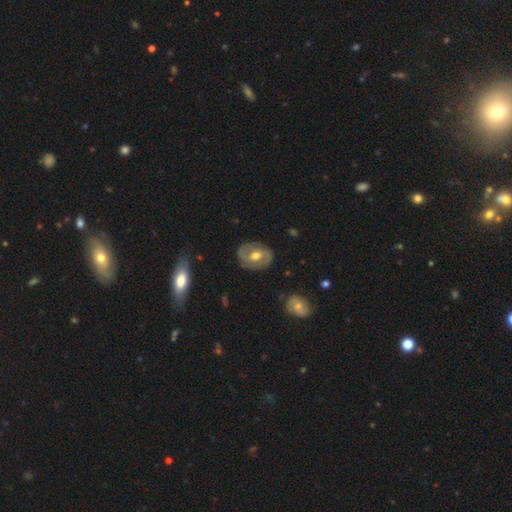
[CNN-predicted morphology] type=featured or disk (69%); edge-on=no (95%); bar=weak (45%); spiral arms=yes (78%); winding=medium (42%); arm count=2 (74%); bulge=moderate (77%); merging=none (80%).